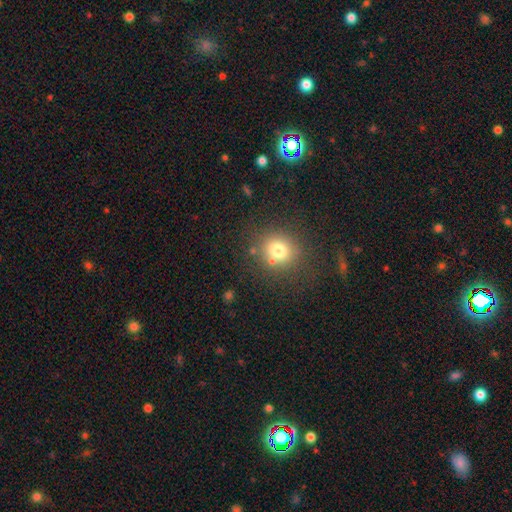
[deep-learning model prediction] Smooth or featured?
  - smooth: 62% *
  - star or artifact: 31%
  - featured or disk: 7%
How rounded?
  - round: 89% *
  - in between: 10%
  - cigar-shaped: 1%
Merging?
  - none: 88% *
  - minor disturbance: 7%
  - major disturbance: 3%
  - merger: 2%